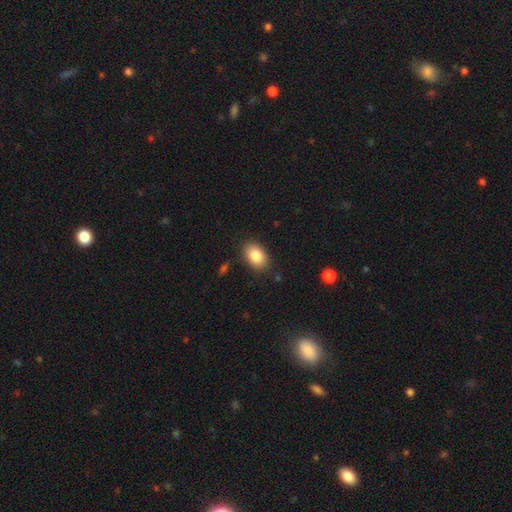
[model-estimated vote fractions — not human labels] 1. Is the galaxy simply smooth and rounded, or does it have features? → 85% smooth, 7% star or artifact, 7% featured or disk.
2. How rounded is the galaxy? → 89% in between, 10% round, 1% cigar-shaped.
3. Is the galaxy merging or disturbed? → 85% none, 10% minor disturbance, 3% major disturbance, 2% merger.